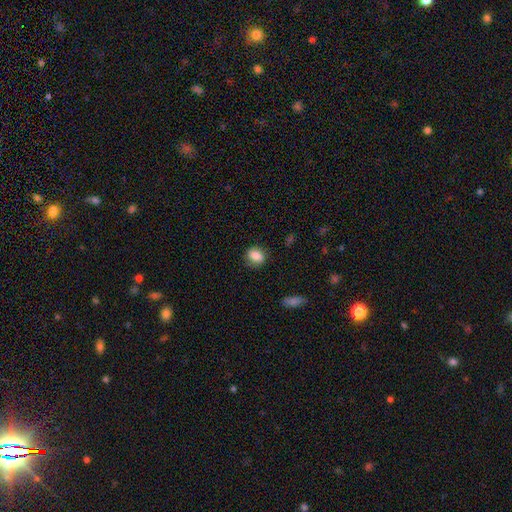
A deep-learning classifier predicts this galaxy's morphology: Q: Smooth or featured?
A: smooth (83%); runner-up: featured or disk (9%)
Q: How rounded?
A: in between (50%); runner-up: round (49%)
Q: Merging?
A: none (81%); runner-up: minor disturbance (14%)